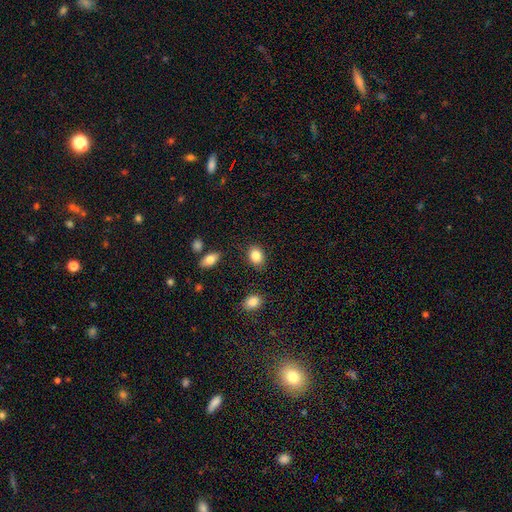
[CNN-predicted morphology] Smooth or featured? Predicted: smooth (p=0.85). How rounded? Predicted: in between (p=0.64). Merging? Predicted: none (p=0.83).